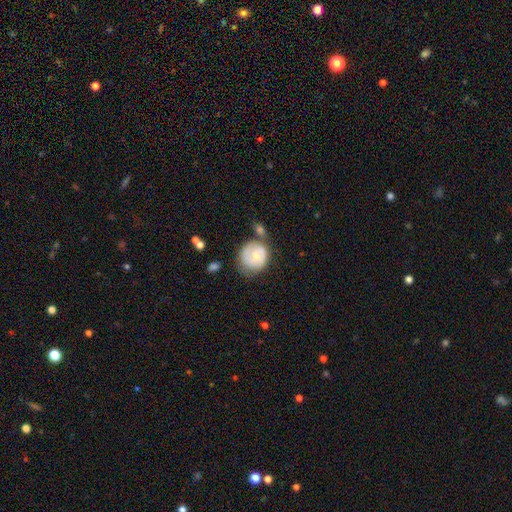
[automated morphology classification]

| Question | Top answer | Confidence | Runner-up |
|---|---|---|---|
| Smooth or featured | smooth | 57% | featured or disk (36%) |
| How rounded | round | 81% | in between (18%) |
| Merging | none | 50% | minor disturbance (27%) |